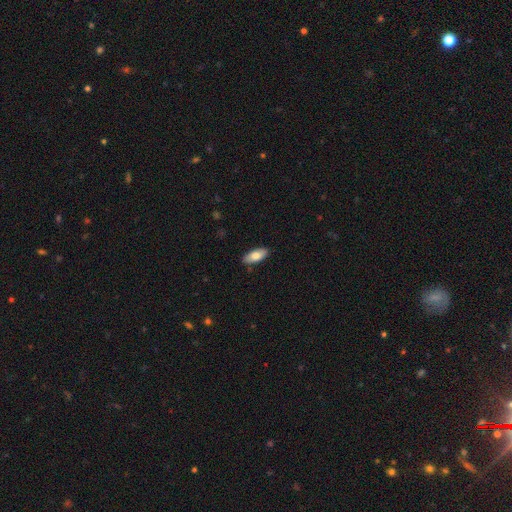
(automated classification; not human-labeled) Smooth or featured? smooth (77%)
How rounded? in between (86%)
Merging? none (87%)